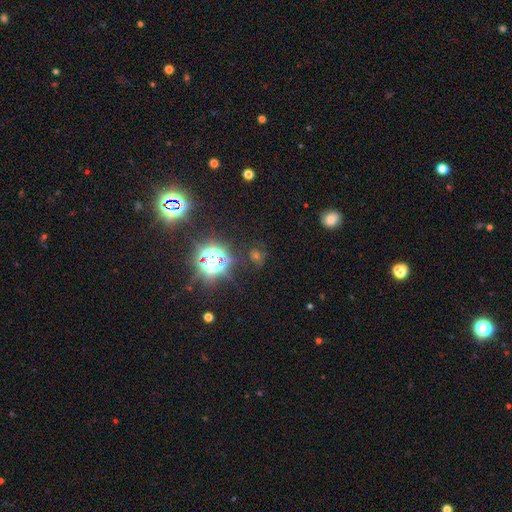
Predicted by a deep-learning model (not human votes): Smooth or featured? star or artifact (67%)